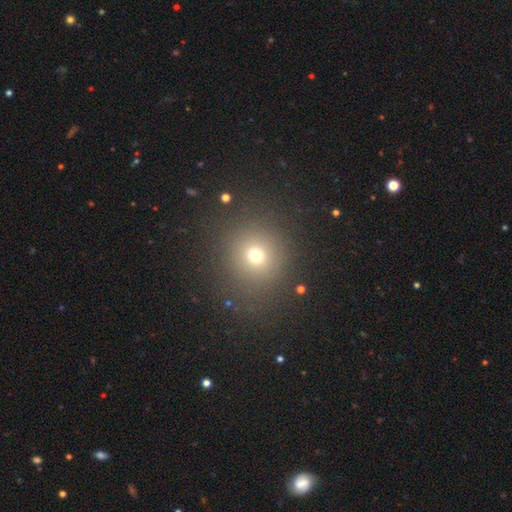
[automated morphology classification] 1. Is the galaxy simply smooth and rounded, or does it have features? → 69% smooth, 22% star or artifact, 9% featured or disk.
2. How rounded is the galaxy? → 89% round, 10% in between, 1% cigar-shaped.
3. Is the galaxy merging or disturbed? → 85% none, 8% minor disturbance, 5% major disturbance, 2% merger.